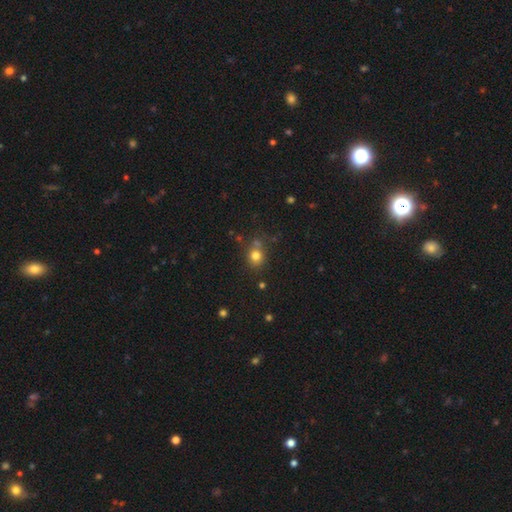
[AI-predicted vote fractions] Overall: smooth (77%). How rounded: round (78%). Merging: none (68%).